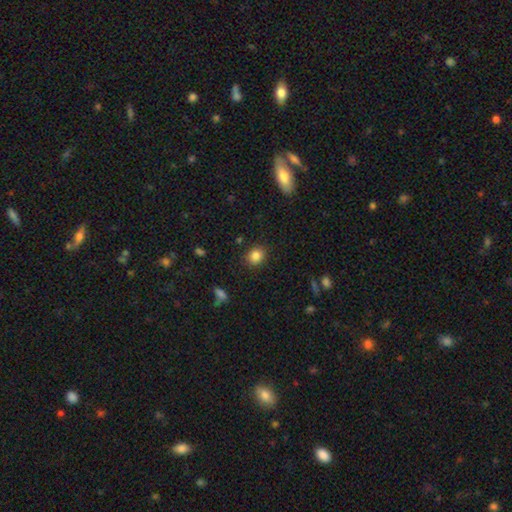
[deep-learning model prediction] This is clearly a smooth galaxy (84%). How rounded: likely round (67%). Merging: clearly none (86%).